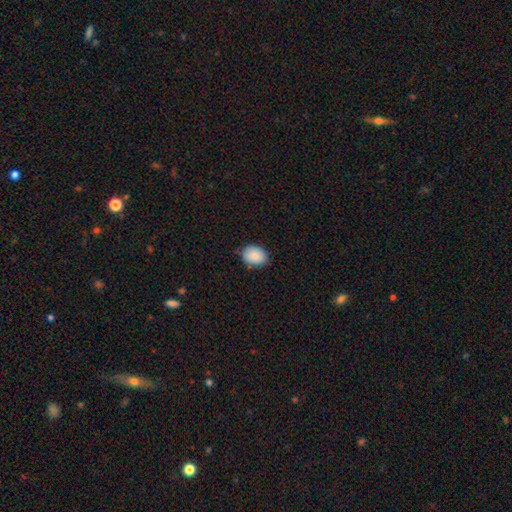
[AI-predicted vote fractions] A smooth galaxy with no disk features (89%) that is in between round and cigar-shaped (74%).

Vote fractions:
- Smooth or featured? smooth: 89% / star or artifact: 7% / featured or disk: 4%
- How rounded? in between: 74% / round: 25% / cigar-shaped: 1%
- Merging? none: 77% / minor disturbance: 19% / major disturbance: 3% / merger: 1%